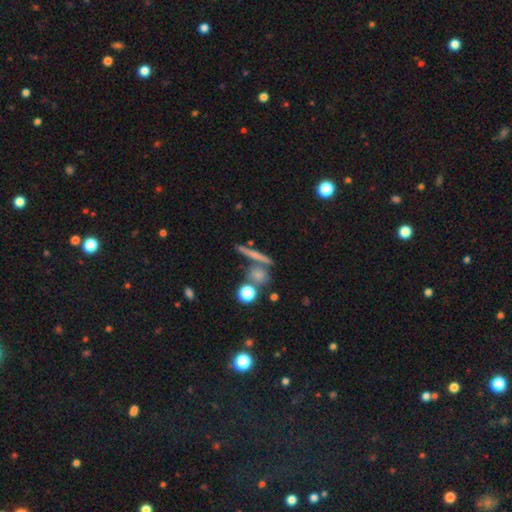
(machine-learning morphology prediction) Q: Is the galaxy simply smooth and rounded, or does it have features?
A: smooth — 49%.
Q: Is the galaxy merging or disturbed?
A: none — 69%.